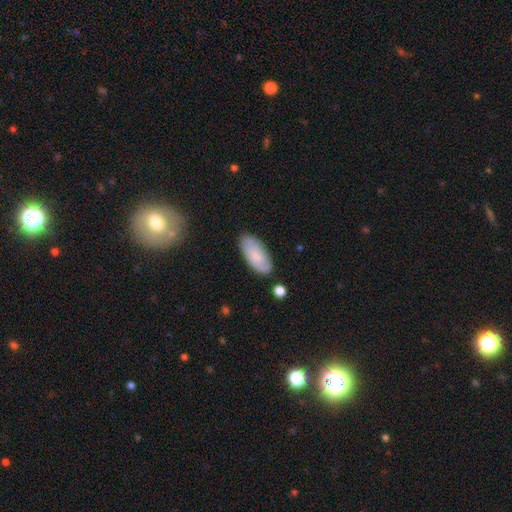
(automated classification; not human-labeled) smooth_or_featured: smooth (p=0.73) [alt: featured or disk p=0.21]
how_rounded: in between (p=0.91) [alt: cigar-shaped p=0.07]
merging: none (p=0.81) [alt: minor disturbance p=0.14]